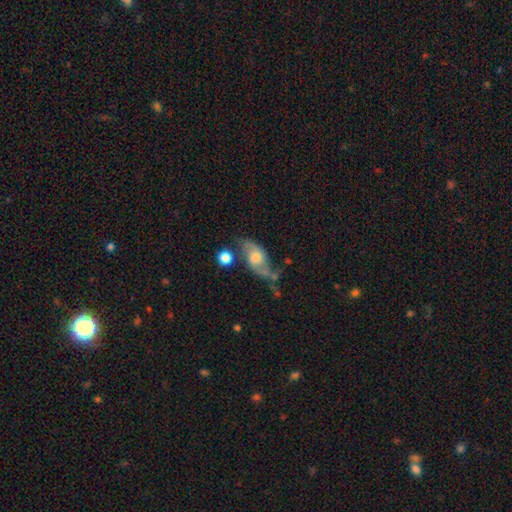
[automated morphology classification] Smooth or featured?
  - featured or disk: 69% *
  - smooth: 21%
  - star or artifact: 10%
Edge-on disk?
  - no: 92% *
  - yes: 8%
Bar?
  - no: 64% *
  - weak: 30%
  - strong: 6%
Spiral arms?
  - yes: 87% *
  - no: 13%
Spiral winding?
  - loose: 56% *
  - medium: 33%
  - tight: 11%
Spiral arm count?
  - 2: 86% *
  - can't tell: 7%
  - 1: 4%
  - 3: 1%
  - 4: 1%
  - more than 4: 1%
Bulge size?
  - moderate: 54% *
  - small: 24%
  - large: 15%
  - none: 5%
  - dominant: 2%
Merging?
  - none: 51% *
  - minor disturbance: 23%
  - major disturbance: 15%
  - merger: 11%